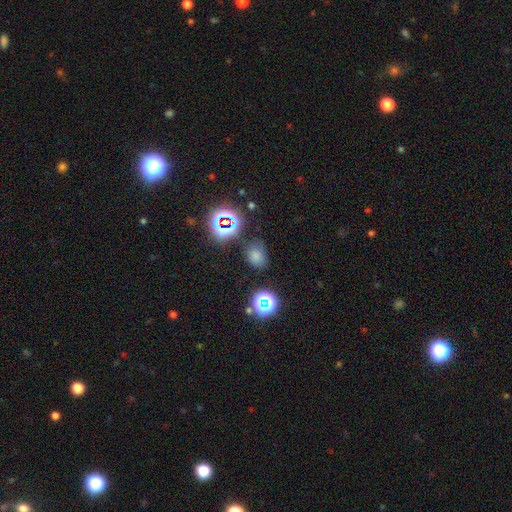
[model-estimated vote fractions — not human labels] Smooth or featured: smooth — 48% (star or artifact — 43%)
Merging: none — 80% (minor disturbance — 12%)